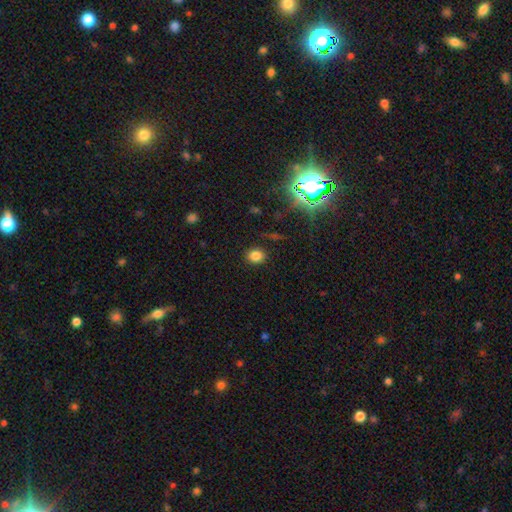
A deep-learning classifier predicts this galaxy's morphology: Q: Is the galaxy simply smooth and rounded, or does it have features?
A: smooth — 80%.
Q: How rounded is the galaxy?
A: round — 65%.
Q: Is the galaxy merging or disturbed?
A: none — 88%.